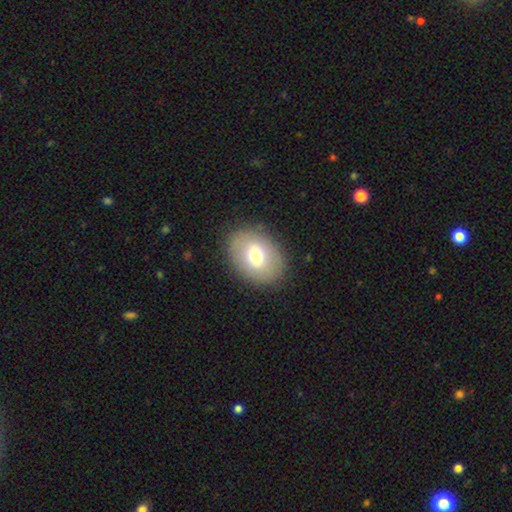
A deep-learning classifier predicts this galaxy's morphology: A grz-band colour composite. It shows a smooth galaxy with no disk features (68%) that is in between round and cigar-shaped (71%). Merging: none (86%).